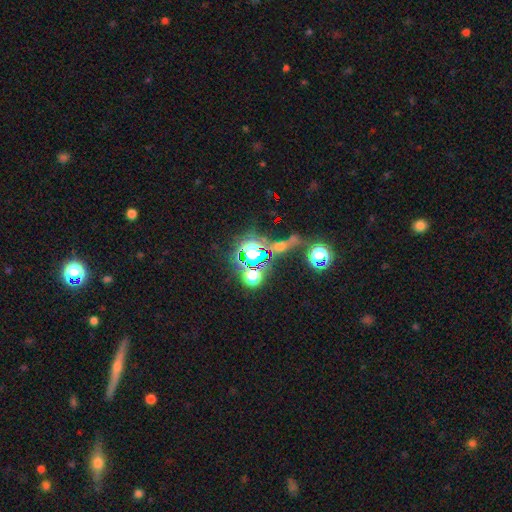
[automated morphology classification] Overall: star or artifact (72%).